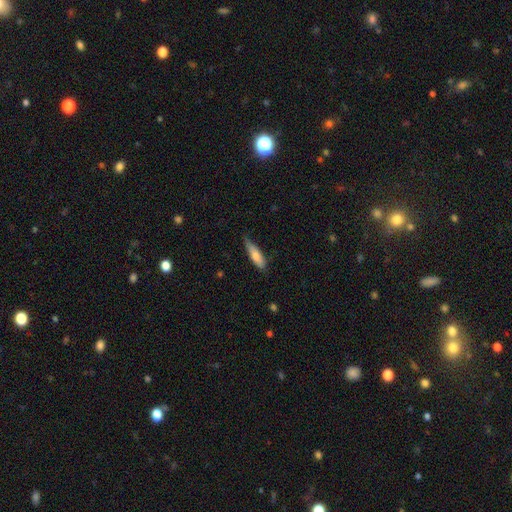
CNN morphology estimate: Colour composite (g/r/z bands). It shows a smooth galaxy with no disk features (72%) that is cigar-shaped (65%). Merging: none (63%).